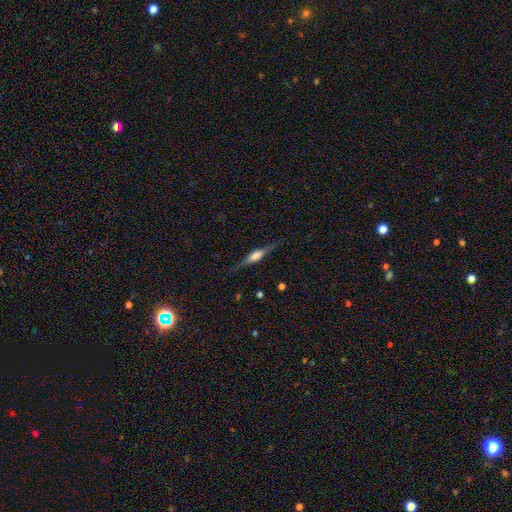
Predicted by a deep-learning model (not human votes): The model was most divided on "smooth or featured": featured or disk: 65%, smooth: 28%, star or artifact: 7%. More confident: edge-on disk — yes (96%); merging — none (82%); edge-on bulge — rounded (68%).